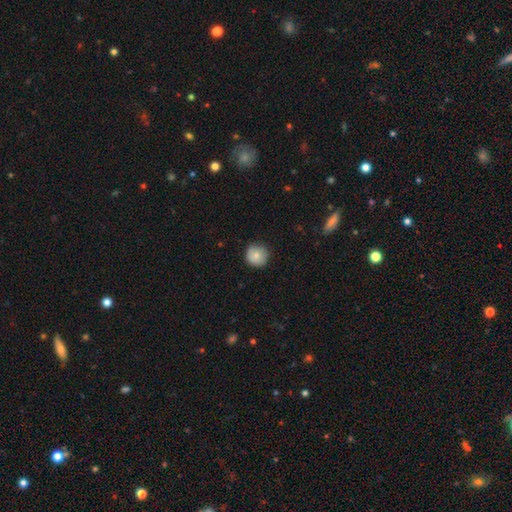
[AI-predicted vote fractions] Morphology: type=smooth (80%); roundness=round (93%); merging=none (82%).